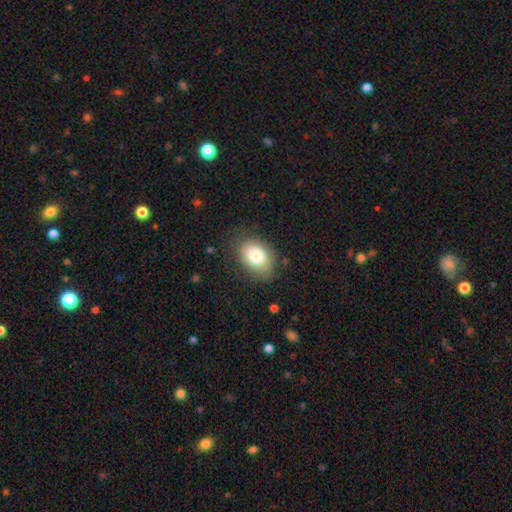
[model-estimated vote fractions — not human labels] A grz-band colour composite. It shows a smooth galaxy with no disk features (80%) that is in between round and cigar-shaped (71%). Merging: none (77%).